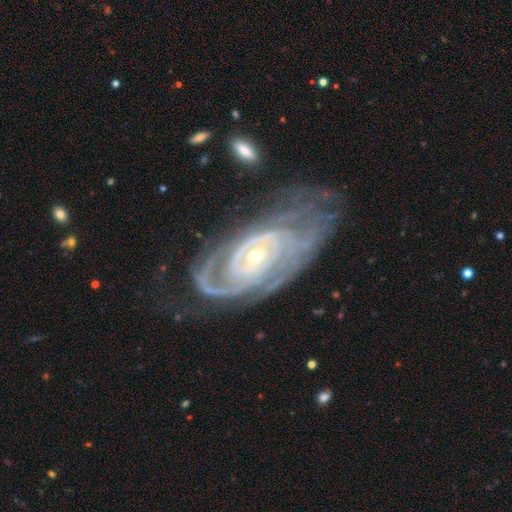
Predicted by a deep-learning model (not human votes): The model was most divided on "spiral arm count": 2: 34%, can't tell: 25%, 3: 20%, 4: 9%, 1: 7%, more than 4: 6%. More confident: spiral arms — yes (97%); edge-on disk — no (95%); smooth or featured — featured or disk (90%); spiral winding — tight (74%); bar — no (66%); bulge size — small (64%); merging — none (56%).